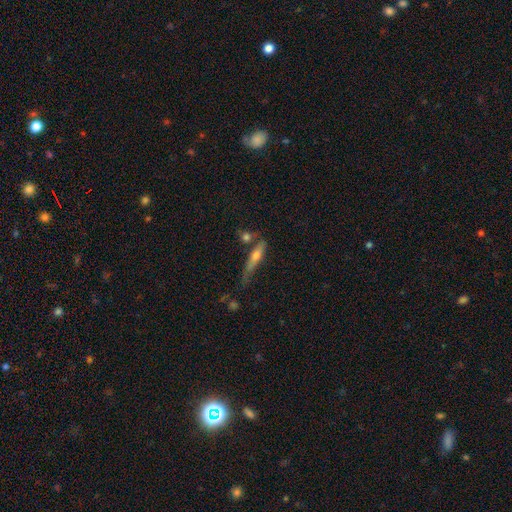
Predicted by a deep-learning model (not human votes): This is possibly a featured or disk galaxy (47%). Merging: possibly none (49%).